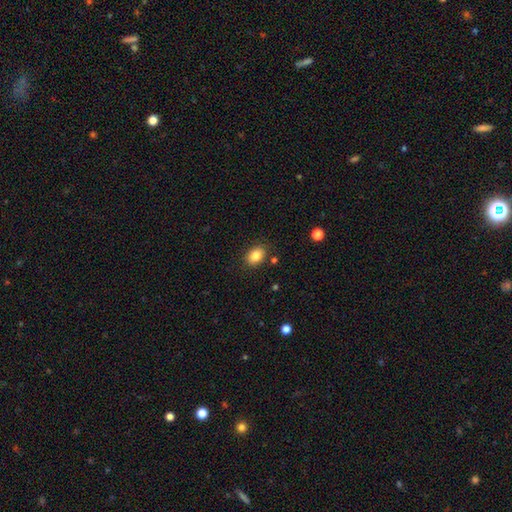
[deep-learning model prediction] smooth-or-featured: smooth: 84% | star or artifact: 9% | featured or disk: 7%
  how-rounded: in between: 72% | round: 27% | cigar-shaped: 1%
  merging: none: 84% | minor disturbance: 11% | major disturbance: 3% | merger: 3%